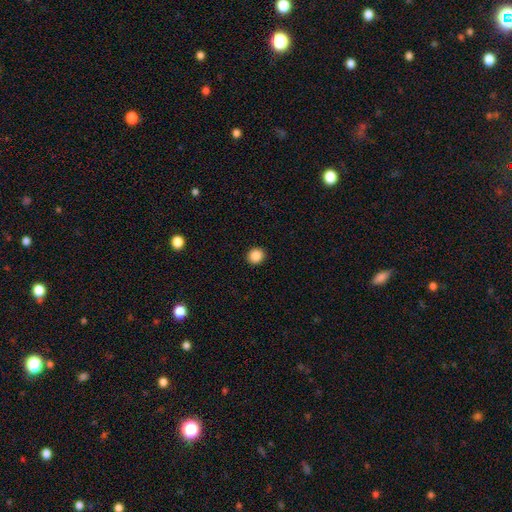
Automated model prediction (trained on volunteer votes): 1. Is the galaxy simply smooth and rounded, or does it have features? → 87% smooth, 10% star or artifact, 3% featured or disk.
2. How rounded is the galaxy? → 89% round, 10% in between, 1% cigar-shaped.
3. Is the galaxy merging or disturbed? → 93% none, 5% minor disturbance, 2% major disturbance, 1% merger.